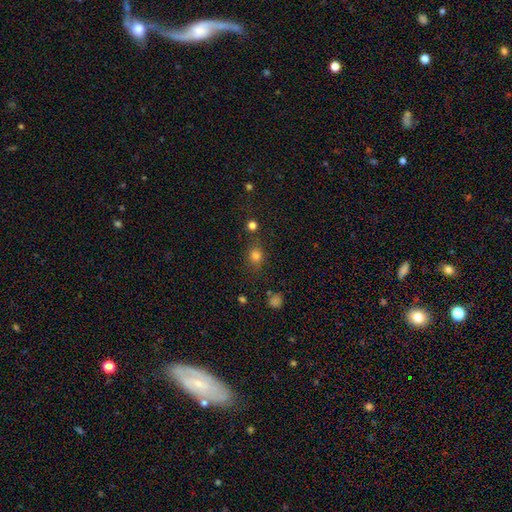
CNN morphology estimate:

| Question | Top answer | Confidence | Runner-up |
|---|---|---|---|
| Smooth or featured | smooth | 79% | star or artifact (15%) |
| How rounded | round | 69% | in between (30%) |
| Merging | none | 75% | minor disturbance (13%) |